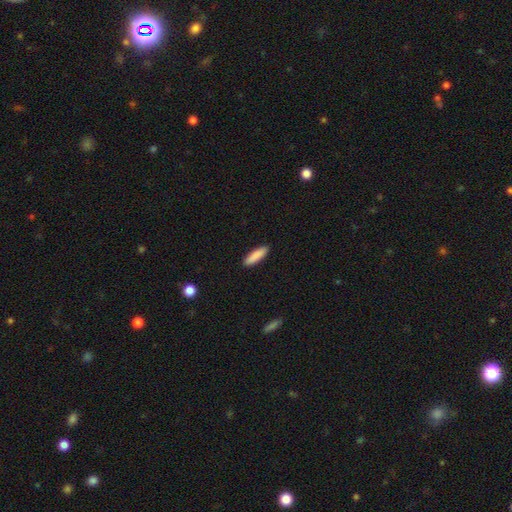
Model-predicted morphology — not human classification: This appears to be a smooth galaxy with no disk features (89%) that is cigar-shaped (66%). Merging: none (91%).